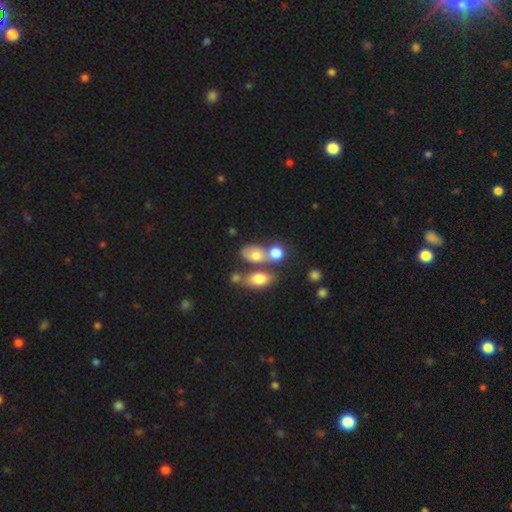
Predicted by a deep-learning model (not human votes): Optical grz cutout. It shows a smooth galaxy with no disk features (69%) that is in between round and cigar-shaped (78%). Merging: merger (44%).